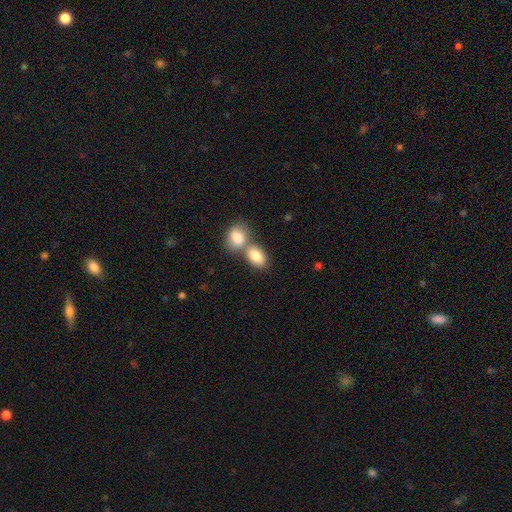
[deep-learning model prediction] Smooth or featured? smooth (83%)
How rounded? in between (87%)
Merging? merger (56%)